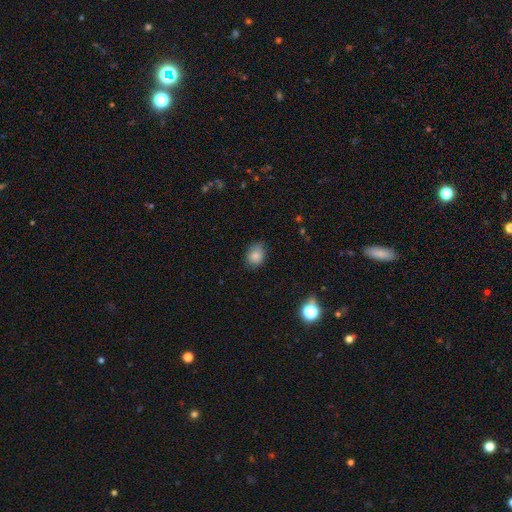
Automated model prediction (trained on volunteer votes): Smooth or featured?
  - smooth: 83% *
  - star or artifact: 11%
  - featured or disk: 6%
How rounded?
  - in between: 52% *
  - round: 47%
  - cigar-shaped: 1%
Merging?
  - none: 71% *
  - minor disturbance: 24%
  - major disturbance: 4%
  - merger: 1%